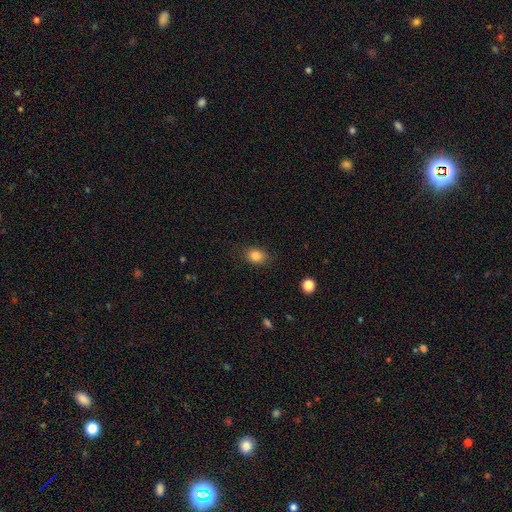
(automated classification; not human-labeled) Smooth or featured: smooth — 83% (star or artifact — 10%)
How rounded: in between — 65% (round — 33%)
Merging: none — 83% (minor disturbance — 13%)